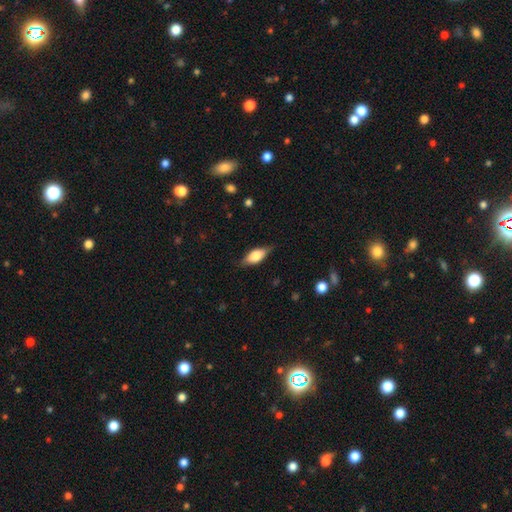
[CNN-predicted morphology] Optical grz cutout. It shows a smooth galaxy with no disk features (64%) that is in between round and cigar-shaped (78%). Merging: none (78%).